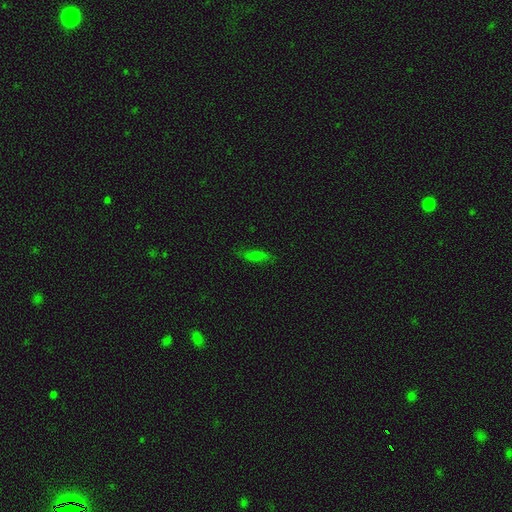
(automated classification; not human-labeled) Smooth or featured?
  - smooth: 69% *
  - featured or disk: 18%
  - star or artifact: 13%
How rounded?
  - cigar-shaped: 52% *
  - in between: 45%
  - round: 3%
Merging?
  - none: 77% *
  - minor disturbance: 17%
  - major disturbance: 4%
  - merger: 2%